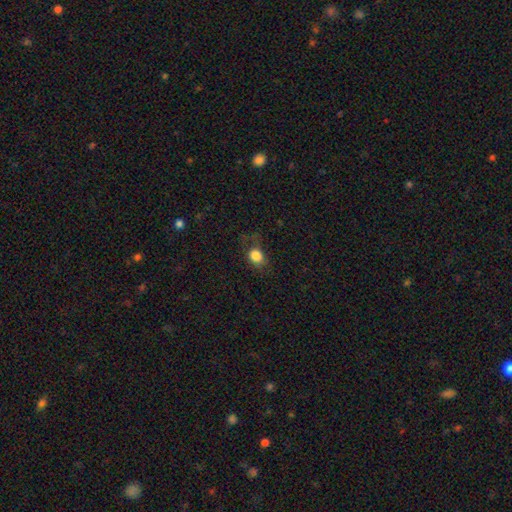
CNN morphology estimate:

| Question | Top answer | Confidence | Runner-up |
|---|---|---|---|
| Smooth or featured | smooth | 83% | star or artifact (10%) |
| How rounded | in between | 49% | tied: round (49%) |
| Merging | none | 61% | minor disturbance (23%) |